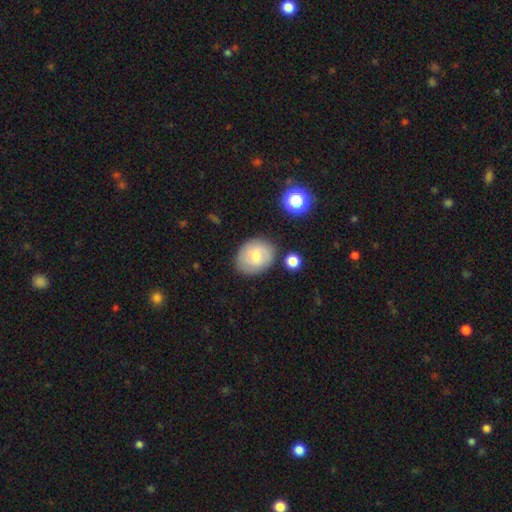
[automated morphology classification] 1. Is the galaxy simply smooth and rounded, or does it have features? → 62% smooth, 30% featured or disk, 9% star or artifact.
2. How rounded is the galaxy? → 53% round, 46% in between, 1% cigar-shaped.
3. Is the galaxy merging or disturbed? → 74% none, 17% minor disturbance, 5% major disturbance, 4% merger.